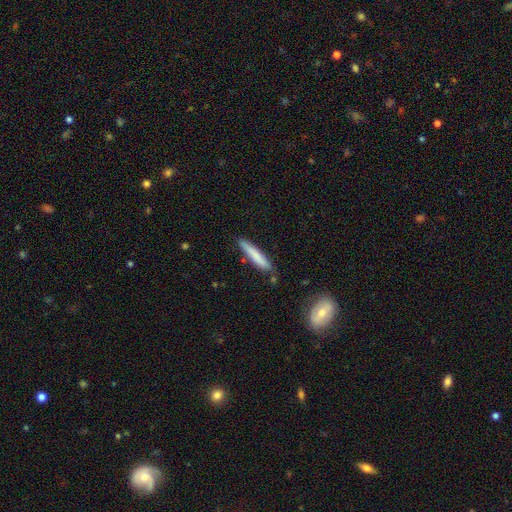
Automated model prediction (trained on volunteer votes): Smooth or featured: smooth — 77% (featured or disk — 18%)
How rounded: cigar-shaped — 92% (in between — 6%)
Merging: none — 80% (minor disturbance — 14%)